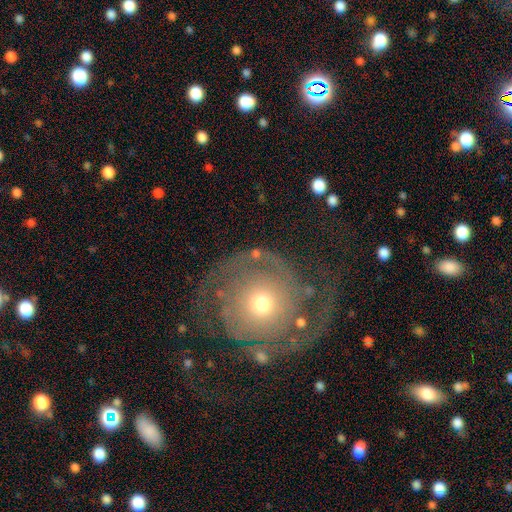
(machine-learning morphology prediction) Smooth or featured? featured or disk (82%)
Edge-on disk? no (98%)
Bar? no (81%)
Spiral arms? yes (93%)
Spiral winding? tight (48%)
Spiral arm count? 2 (78%)
Bulge size? moderate (53%)
Merging? none (68%)